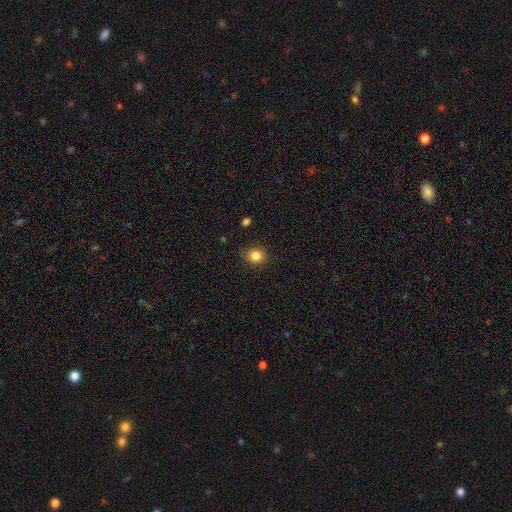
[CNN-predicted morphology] Overall: smooth (84%). How rounded: round (86%). Merging: none (89%).